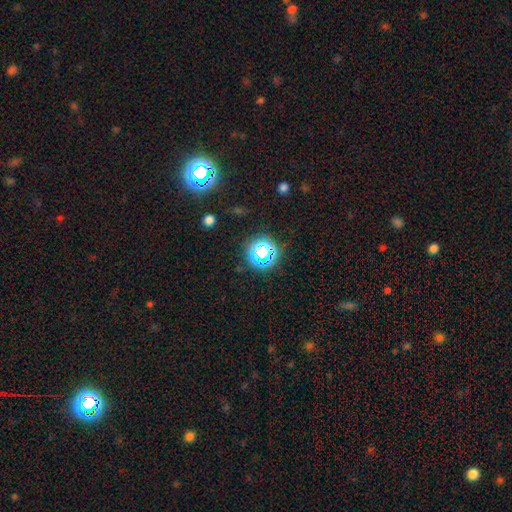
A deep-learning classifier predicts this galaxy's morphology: Smooth or featured: star or artifact — 72% (smooth — 22%)